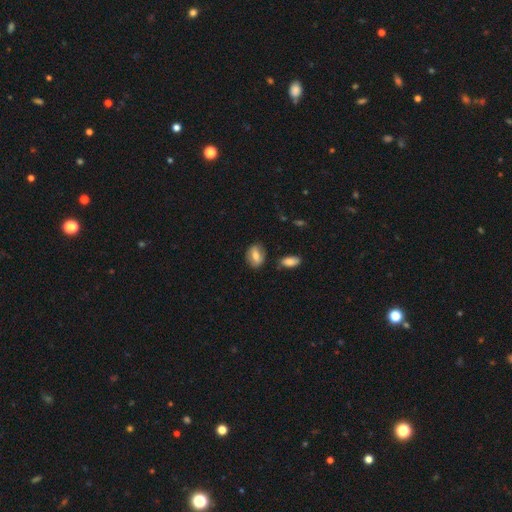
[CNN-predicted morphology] The model was most divided on "smooth or featured": smooth: 68%, featured or disk: 25%, star or artifact: 8%. More confident: merging — none (79%); how rounded — in between (76%).